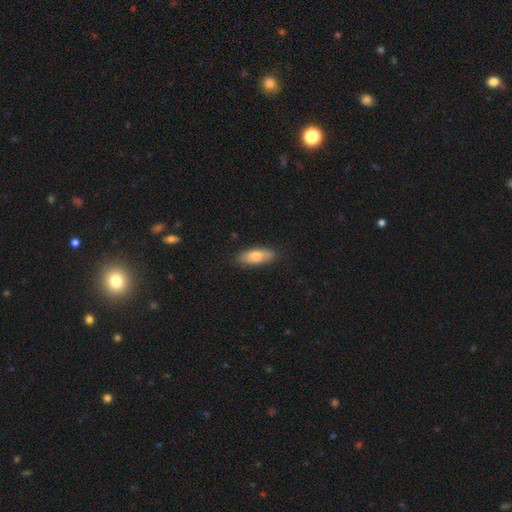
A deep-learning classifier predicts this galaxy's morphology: Q: Smooth or featured?
A: smooth (78%); runner-up: featured or disk (16%)
Q: How rounded?
A: in between (68%); runner-up: cigar-shaped (30%)
Q: Merging?
A: none (82%); runner-up: minor disturbance (14%)